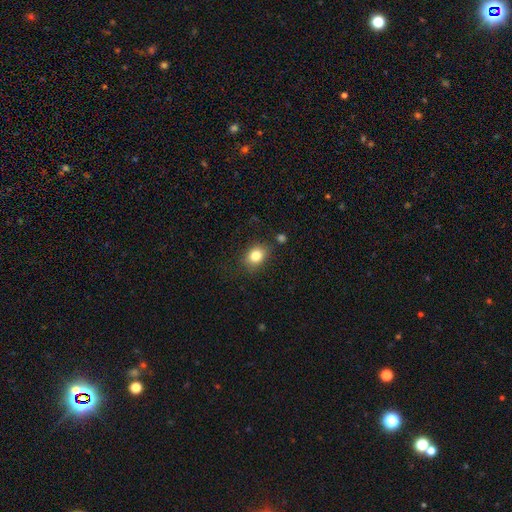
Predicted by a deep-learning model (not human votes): A smooth galaxy with no disk features (82%) that is in between round and cigar-shaped (57%). Merging: none (78%).